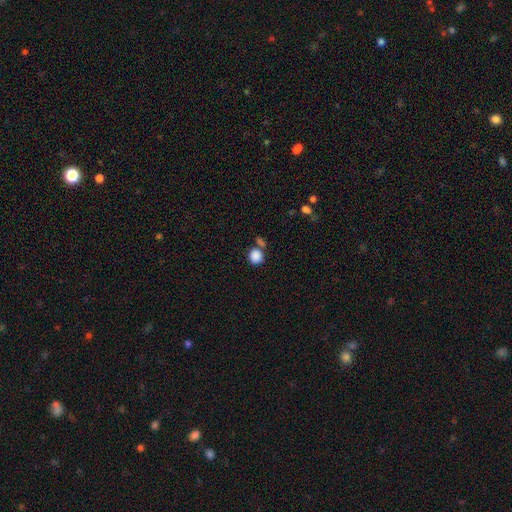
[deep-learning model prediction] Overall: smooth (87%). How rounded: round (85%). Merging: none (62%; merger 23%).